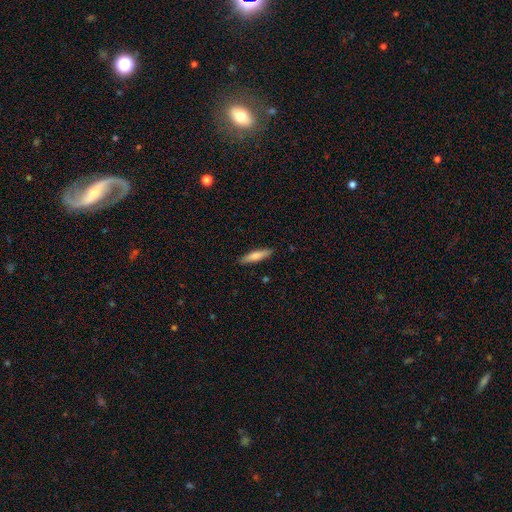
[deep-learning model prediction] smooth 71%, featured or disk 24%, star or artifact 5%. Down the decision tree: how rounded — cigar-shaped (81%); merging — none (89%).